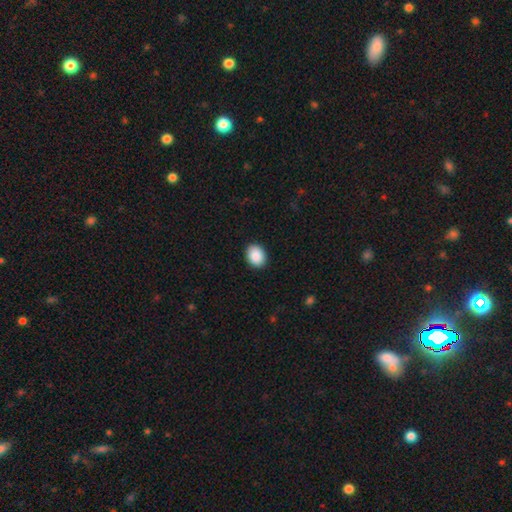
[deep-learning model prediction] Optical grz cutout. It shows a smooth galaxy with no disk features (90%) that is in between round and cigar-shaped (63%). Merging: none (91%).